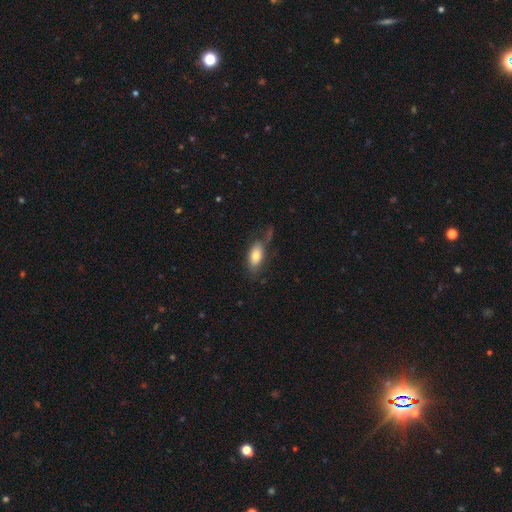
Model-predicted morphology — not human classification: Smooth or featured? Predicted: smooth (p=0.75). How rounded? Predicted: in between (p=0.88). Merging? Predicted: none (p=0.54).